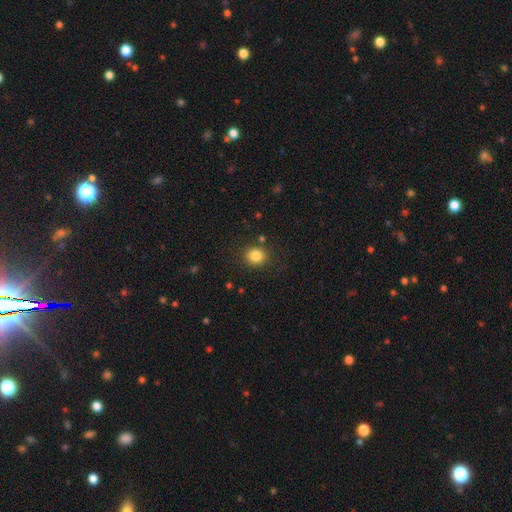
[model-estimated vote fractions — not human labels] Smooth or featured: smooth — 83% (star or artifact — 11%)
How rounded: round — 82% (in between — 17%)
Merging: none — 86% (minor disturbance — 8%)